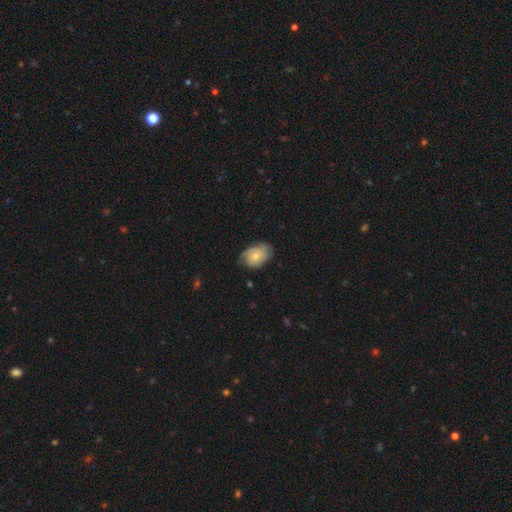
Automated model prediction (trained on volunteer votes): The model was most divided on "bulge size": moderate: 47%, small: 46%, large: 3%, none: 3%, dominant: 1%. More confident: edge-on disk — no (96%); spiral arms — yes (87%); bar — no (80%); merging — none (63%); smooth or featured — featured or disk (55%).